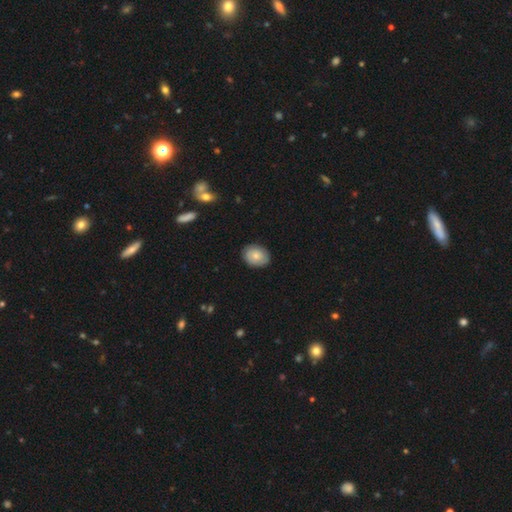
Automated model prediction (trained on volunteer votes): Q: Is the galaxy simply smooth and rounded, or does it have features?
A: smooth — 75%.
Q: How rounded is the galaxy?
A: in between — 60%.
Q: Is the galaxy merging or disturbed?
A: none — 86%.